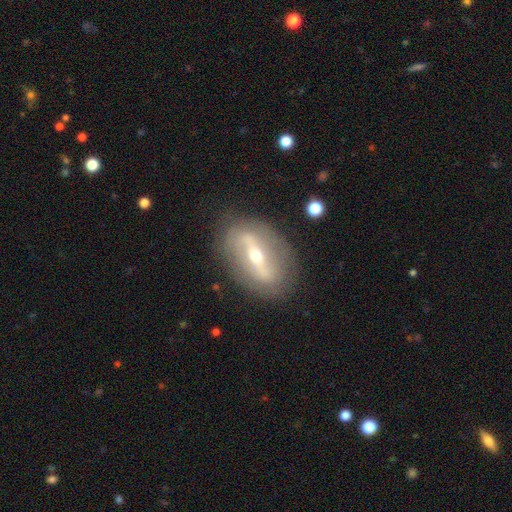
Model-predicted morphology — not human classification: featured or disk 77%, smooth 16%, star or artifact 7%. Down the decision tree: edge-on disk — no (82%); bar — strong (67%); spiral arms — yes (55%); bulge size — moderate (55%); merging — none (82%).